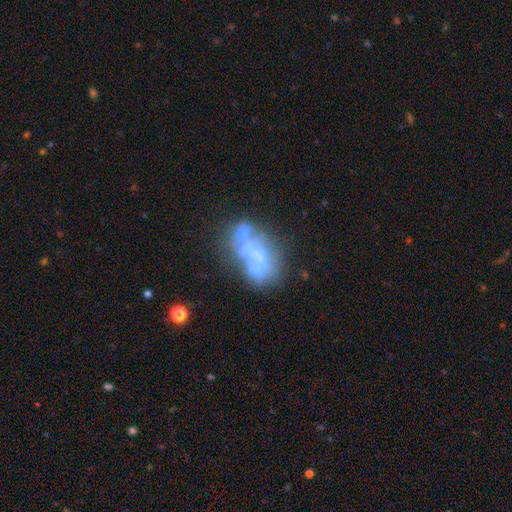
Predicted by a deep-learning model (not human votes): smooth-or-featured: featured or disk: 62% | smooth: 24% | star or artifact: 14%
  disk-edge-on: no: 97% | yes: 3%
    bar: no: 89% | weak: 8% | strong: 4%
    has-spiral-arms: no: 93% | yes: 7%
    bulge-size: none: 63% | small: 16% | moderate: 15% | large: 4% | dominant: 2%
  merging: merger: 34% | none: 30% | major disturbance: 21% | minor disturbance: 16%